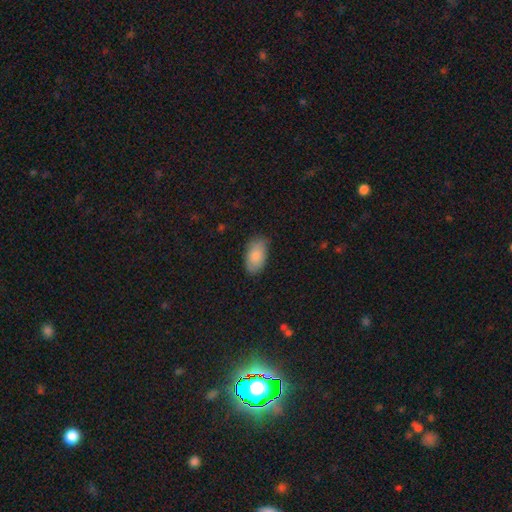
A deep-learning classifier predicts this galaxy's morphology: type=smooth (86%); roundness=in between (94%); merging=none (81%).